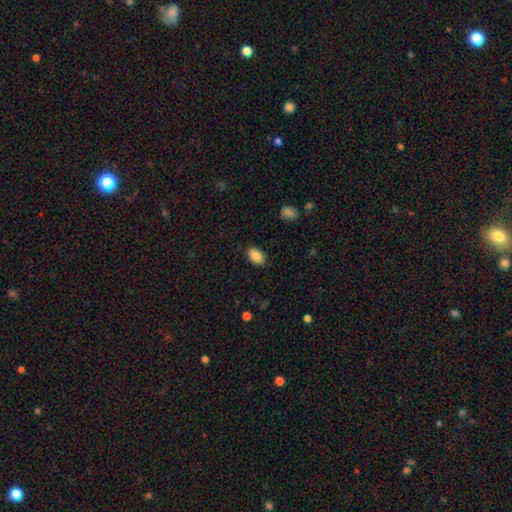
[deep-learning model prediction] Smooth or featured?
  - smooth: 86% *
  - star or artifact: 8%
  - featured or disk: 6%
How rounded?
  - in between: 85% *
  - round: 14%
  - cigar-shaped: 1%
Merging?
  - none: 86% *
  - minor disturbance: 10%
  - major disturbance: 2%
  - merger: 1%